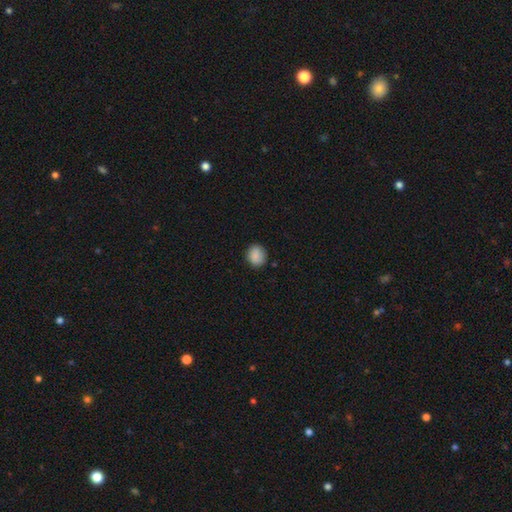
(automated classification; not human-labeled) smooth 87%, star or artifact 8%, featured or disk 5%. Down the decision tree: how rounded — round (68%); merging — none (82%).